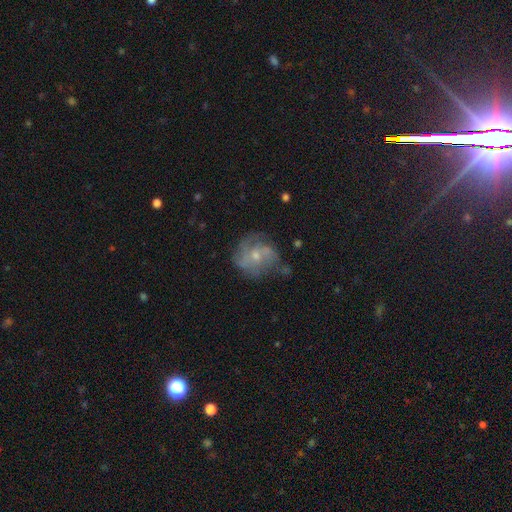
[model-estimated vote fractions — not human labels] A featured or disk galaxy (66%) with no bar (73%), spiral arms (72%) and a small central bulge (59%). Merging: none (57%).